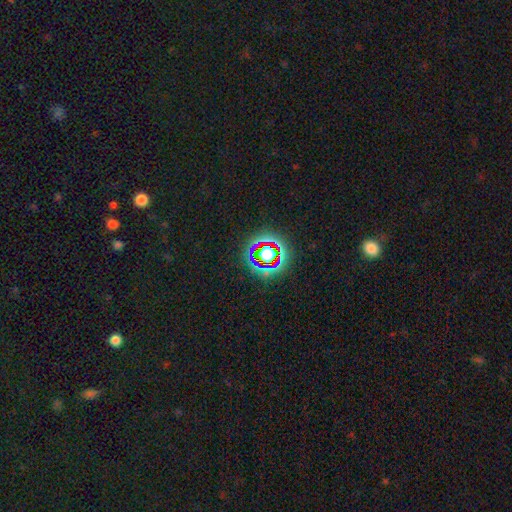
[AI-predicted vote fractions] A star or artifact, not a galaxy (78%).

Vote fractions:
- Smooth or featured? star or artifact: 78% / smooth: 14% / featured or disk: 9%